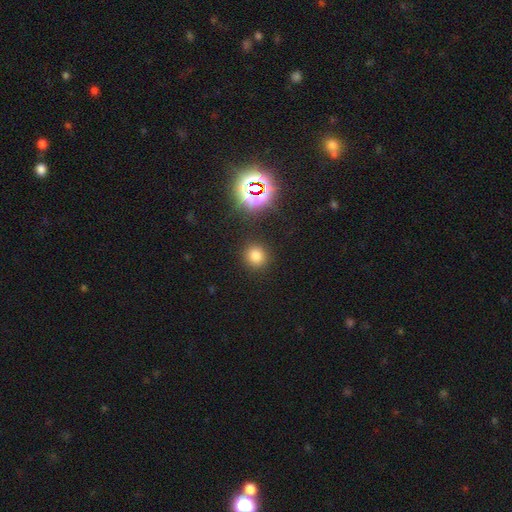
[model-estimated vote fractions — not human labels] smooth 75%, star or artifact 20%, featured or disk 5%. Down the decision tree: how rounded — round (85%); merging — none (88%).